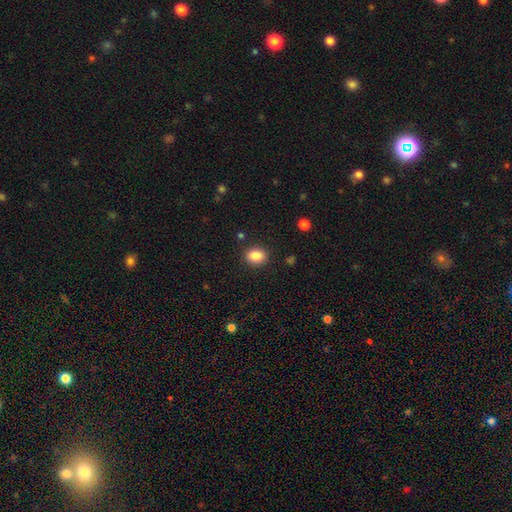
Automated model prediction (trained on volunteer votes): smooth_or_featured: smooth (p=0.86) [alt: star or artifact p=0.09]
how_rounded: round (p=0.50) [alt: in between p=0.49]
merging: none (p=0.88) [alt: minor disturbance p=0.08]